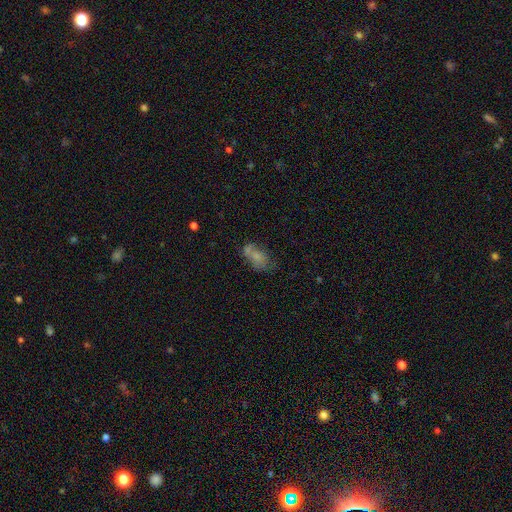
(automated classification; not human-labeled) A smooth galaxy with no disk features (63%) that is in between round and cigar-shaped (84%).

Vote fractions:
- Smooth or featured? smooth: 63% / featured or disk: 23% / star or artifact: 13%
- How rounded? in between: 84% / round: 13% / cigar-shaped: 3%
- Merging? none: 38% / merger: 31% / minor disturbance: 19% / major disturbance: 11%